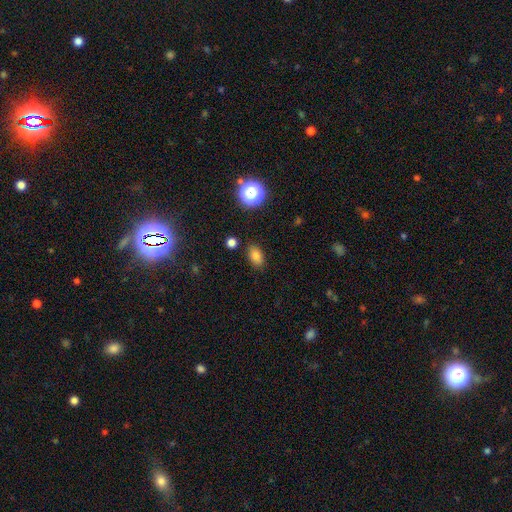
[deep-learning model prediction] Morphology: type=smooth (80%); roundness=in between (83%); merging=none (83%).